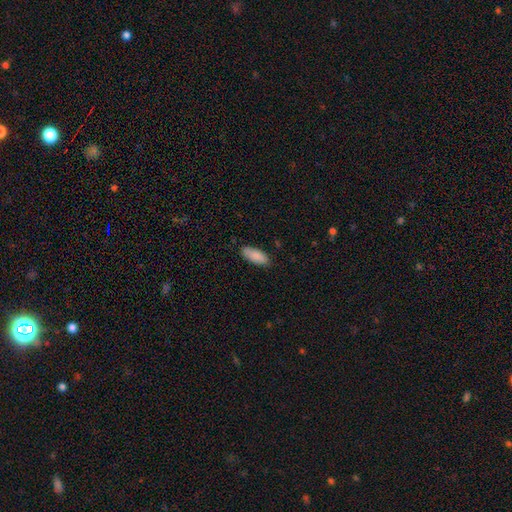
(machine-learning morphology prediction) Smooth or featured: smooth — 89% (star or artifact — 6%)
How rounded: in between — 75% (cigar-shaped — 23%)
Merging: none — 85% (minor disturbance — 12%)